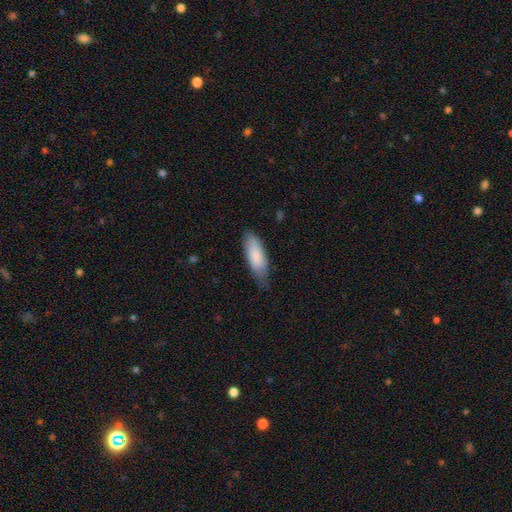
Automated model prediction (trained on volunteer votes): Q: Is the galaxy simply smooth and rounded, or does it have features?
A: smooth — 83%.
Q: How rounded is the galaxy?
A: in between — 63%.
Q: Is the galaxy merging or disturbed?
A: none — 67%.